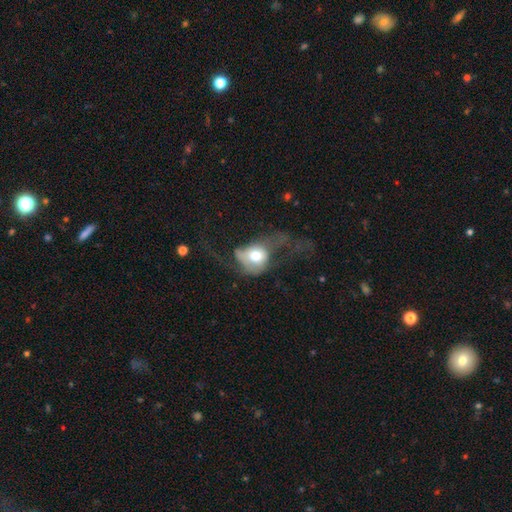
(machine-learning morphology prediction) smooth-or-featured: smooth: 59% | featured or disk: 32% | star or artifact: 8%
  how-rounded: round: 59% | in between: 40% | cigar-shaped: 2%
  merging: major disturbance: 64% | none: 16% | minor disturbance: 15% | merger: 6%